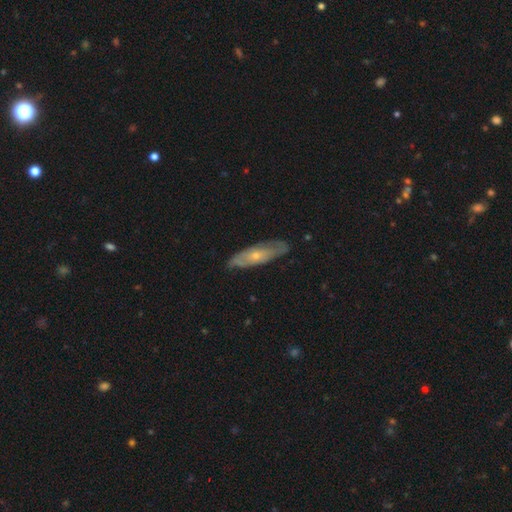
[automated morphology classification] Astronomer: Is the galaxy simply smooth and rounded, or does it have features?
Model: featured or disk — 61%.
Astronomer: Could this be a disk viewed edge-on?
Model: no — 66%.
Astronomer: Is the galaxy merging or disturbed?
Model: none — 78%.